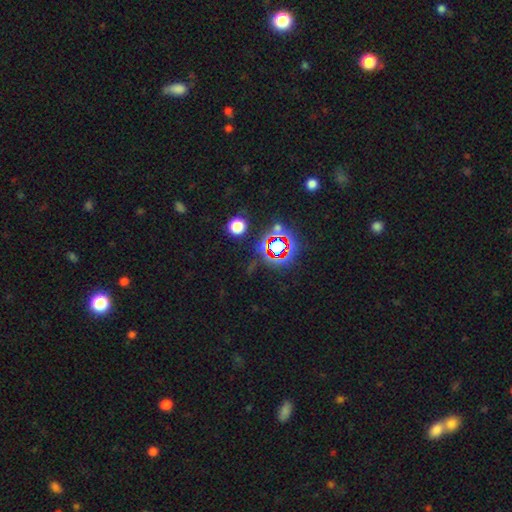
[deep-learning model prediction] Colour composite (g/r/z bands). It shows a star or artifact, not a galaxy (73%).